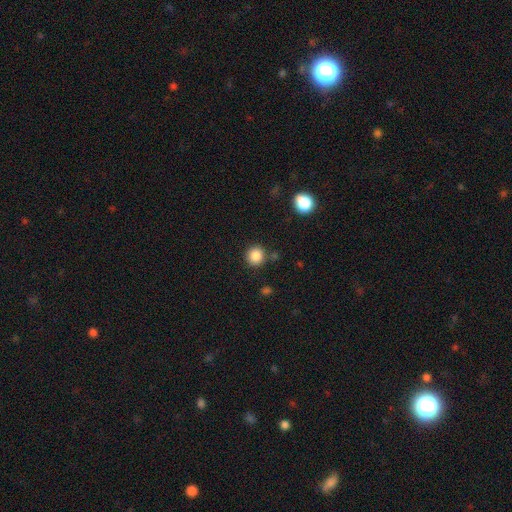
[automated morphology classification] Q: Smooth or featured?
A: smooth (86%); runner-up: star or artifact (10%)
Q: How rounded?
A: round (91%); runner-up: in between (8%)
Q: Merging?
A: none (85%); runner-up: minor disturbance (8%)